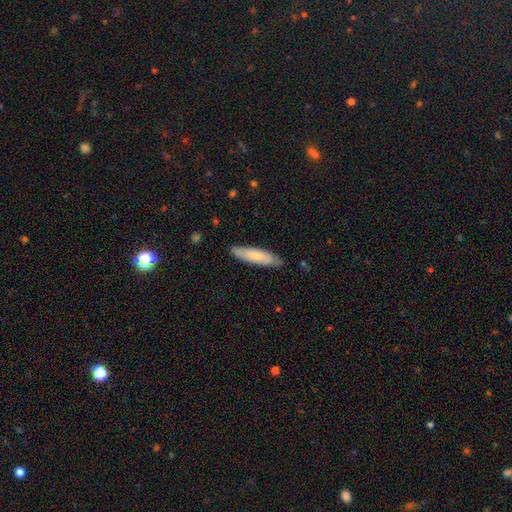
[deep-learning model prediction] Q: Smooth or featured?
A: smooth (68%); runner-up: featured or disk (27%)
Q: How rounded?
A: cigar-shaped (70%); runner-up: in between (29%)
Q: Merging?
A: none (82%); runner-up: minor disturbance (15%)